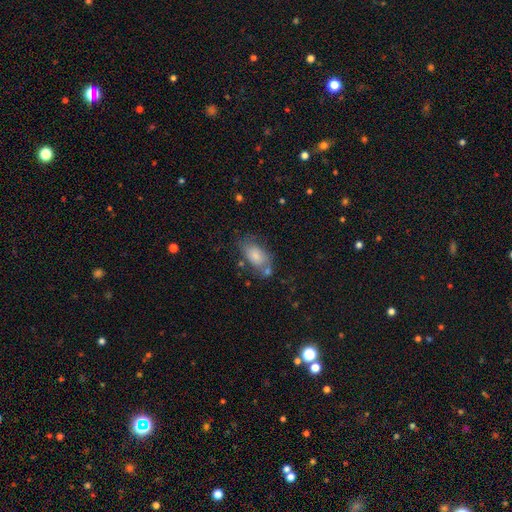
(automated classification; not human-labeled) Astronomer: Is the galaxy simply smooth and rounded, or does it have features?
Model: smooth — 76%.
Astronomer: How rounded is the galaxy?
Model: in between — 91%.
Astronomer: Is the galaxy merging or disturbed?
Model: none — 53%.